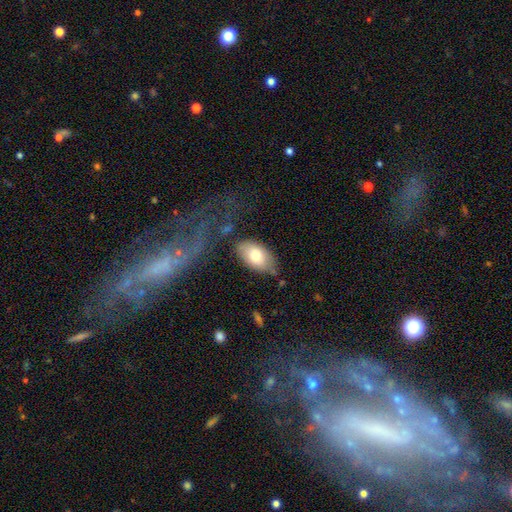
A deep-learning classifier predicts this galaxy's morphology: A smooth galaxy with no disk features (75%) that is in between round and cigar-shaped (93%). Merging: none (68%).